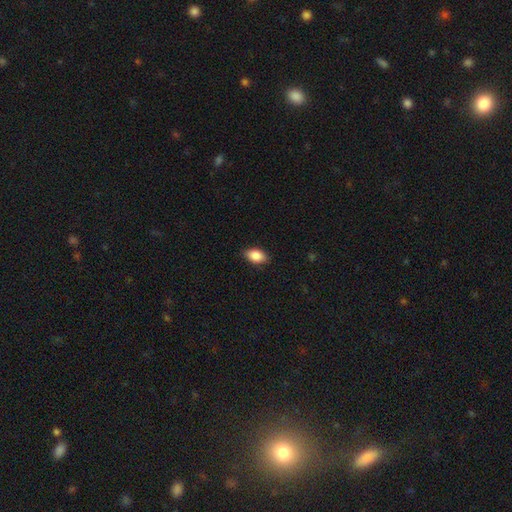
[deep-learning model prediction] Smooth or featured? Predicted: smooth (p=0.87). How rounded? Predicted: in between (p=0.91). Merging? Predicted: none (p=0.86).